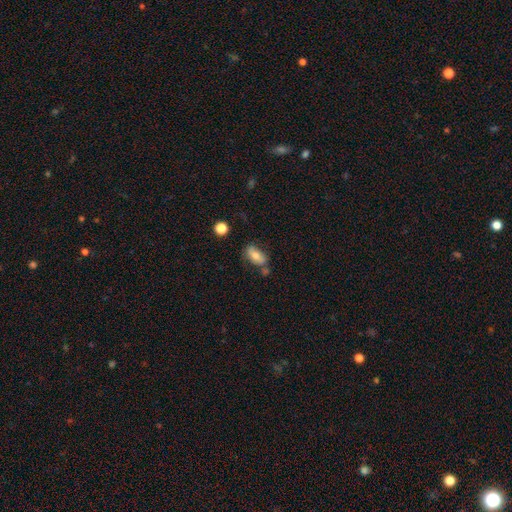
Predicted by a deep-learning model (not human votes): Smooth or featured? smooth (73%)
How rounded? in between (89%)
Merging? none (63%)